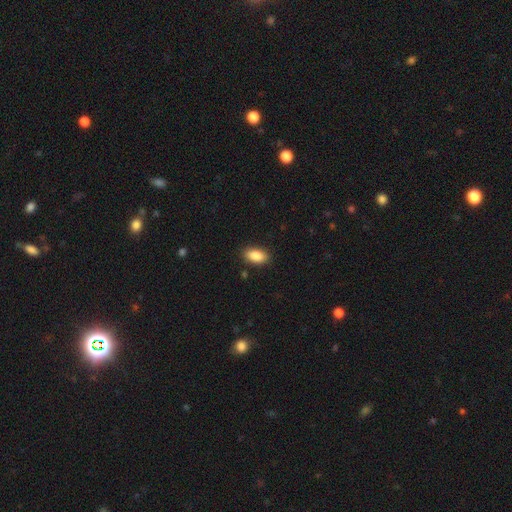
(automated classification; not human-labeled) smooth-or-featured: smooth: 89% | star or artifact: 7% | featured or disk: 4%
  how-rounded: in between: 92% | round: 4% | cigar-shaped: 4%
  merging: none: 88% | minor disturbance: 9% | major disturbance: 2% | merger: 1%